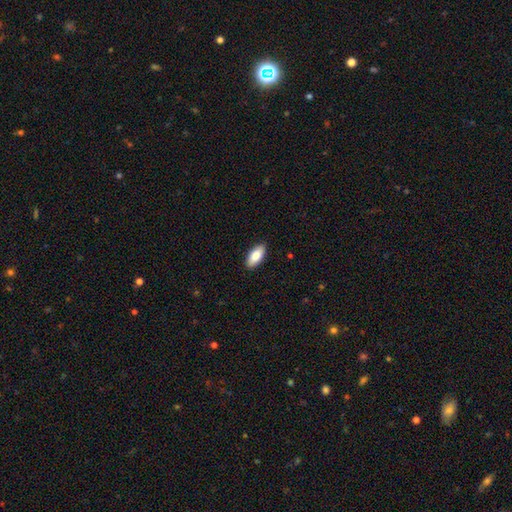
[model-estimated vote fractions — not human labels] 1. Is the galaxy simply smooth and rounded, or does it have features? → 84% smooth, 10% featured or disk, 6% star or artifact.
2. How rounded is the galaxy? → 88% in between, 11% cigar-shaped, 2% round.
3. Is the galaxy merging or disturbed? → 89% none, 8% minor disturbance, 2% major disturbance, 1% merger.